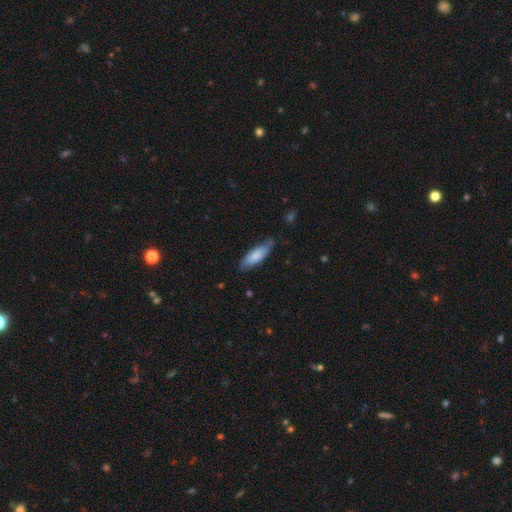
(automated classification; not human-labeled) Q: Smooth or featured?
A: smooth (75%); runner-up: featured or disk (19%)
Q: How rounded?
A: cigar-shaped (50%); runner-up: in between (48%)
Q: Merging?
A: none (75%); runner-up: minor disturbance (21%)